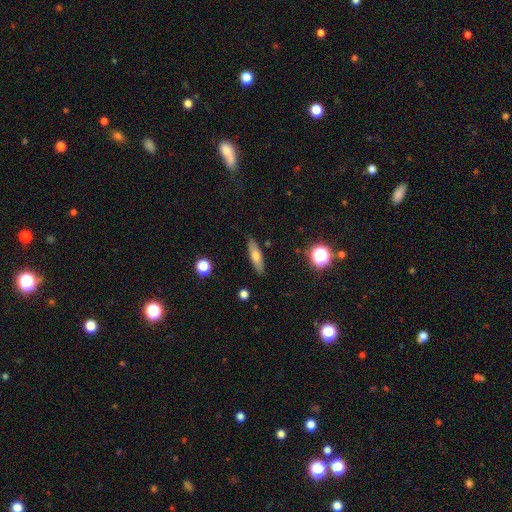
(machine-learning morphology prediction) smooth-or-featured: smooth: 65% | featured or disk: 27% | star or artifact: 8%
  how-rounded: cigar-shaped: 64% | in between: 32% | round: 3%
  merging: none: 87% | minor disturbance: 10% | major disturbance: 2% | merger: 1%